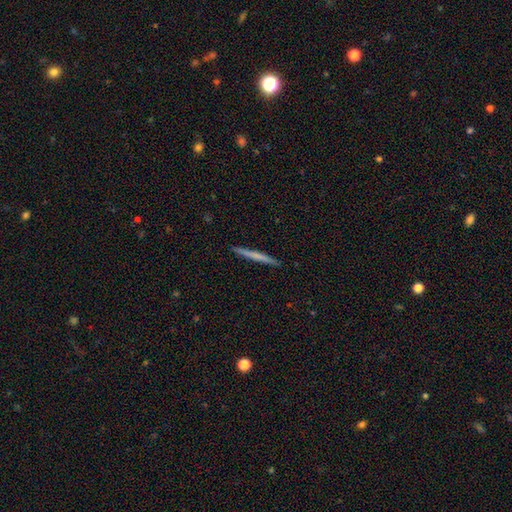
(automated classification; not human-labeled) Smooth or featured? smooth (58%)
How rounded? cigar-shaped (97%)
Merging? none (93%)